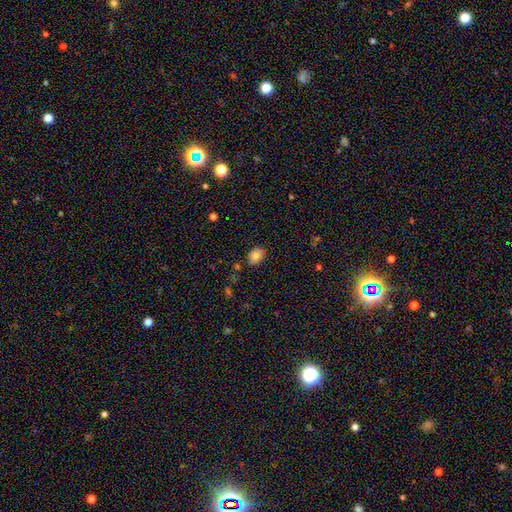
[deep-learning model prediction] Morphology: type=smooth (82%); roundness=in between (74%); merging=none (83%).